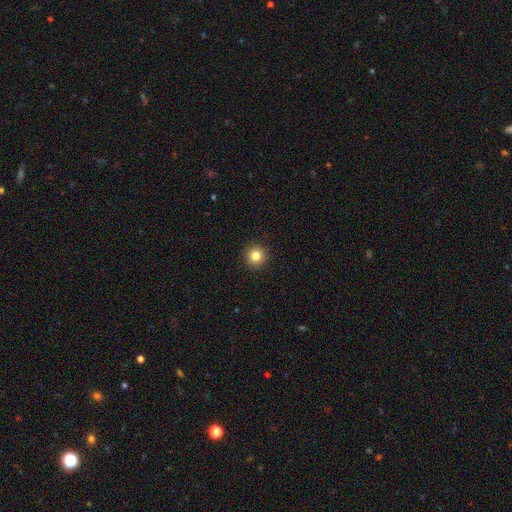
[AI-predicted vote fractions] Smooth or featured: smooth — 83% (star or artifact — 12%)
How rounded: round — 95% (in between — 4%)
Merging: none — 93% (minor disturbance — 4%)